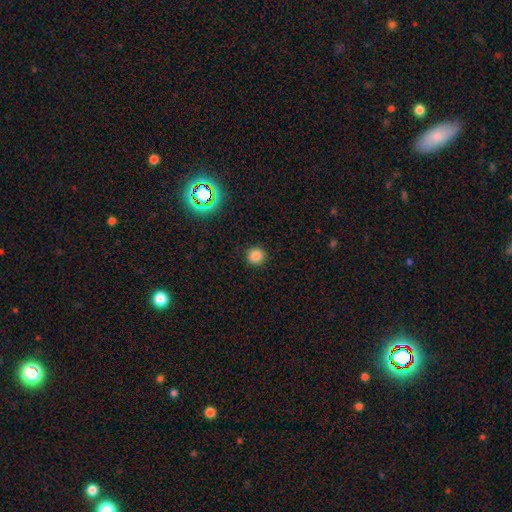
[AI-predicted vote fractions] This appears to be a smooth galaxy with no disk features (82%) that is round (88%). Merging: none (90%).